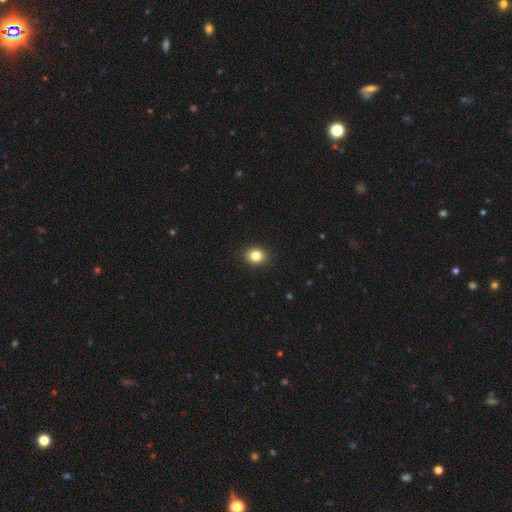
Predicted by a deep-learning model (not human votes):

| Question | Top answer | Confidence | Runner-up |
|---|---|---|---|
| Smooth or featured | smooth | 84% | star or artifact (11%) |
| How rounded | round | 64% | in between (35%) |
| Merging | none | 91% | minor disturbance (6%) |